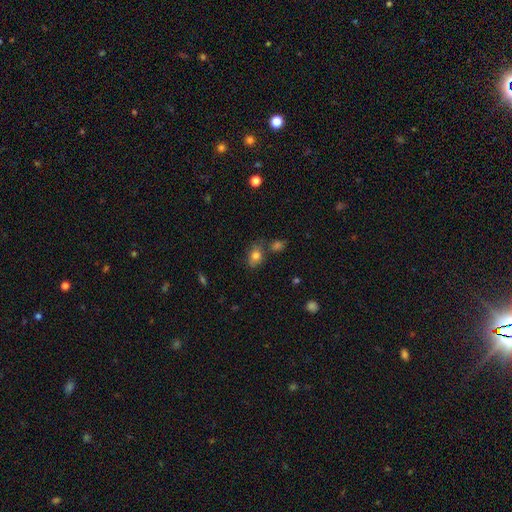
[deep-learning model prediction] smooth 80%, star or artifact 10%, featured or disk 9%. Down the decision tree: how rounded — in between (73%); merging — none (61%).